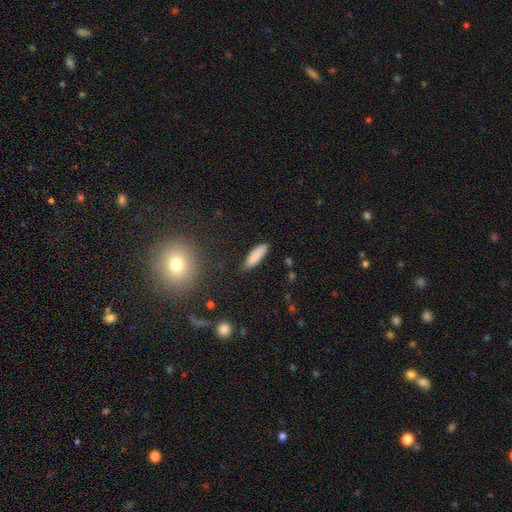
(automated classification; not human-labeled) smooth 85%, featured or disk 8%, star or artifact 7%. Down the decision tree: how rounded — cigar-shaped (55%); merging — none (84%).